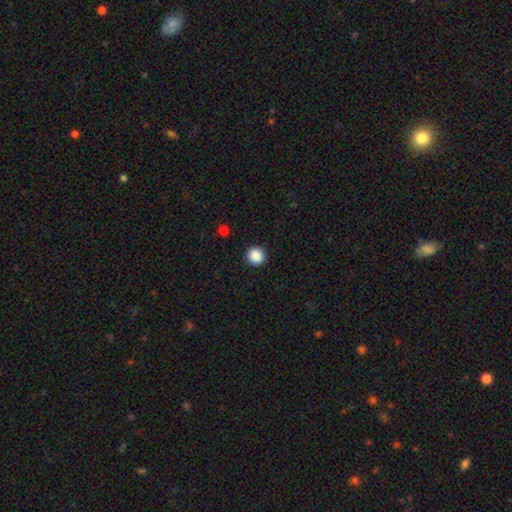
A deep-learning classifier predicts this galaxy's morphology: smooth 88%, star or artifact 9%, featured or disk 2%. Down the decision tree: how rounded — round (94%); merging — none (93%).